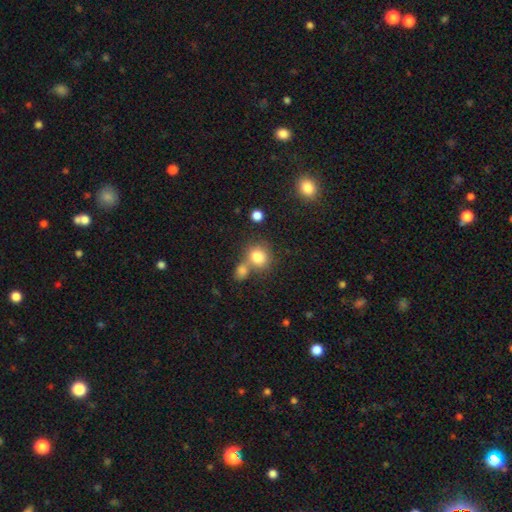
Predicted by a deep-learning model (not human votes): Smooth or featured? Predicted: smooth (p=0.80). How rounded? Predicted: round (p=0.66). Merging? Predicted: none (p=0.44).